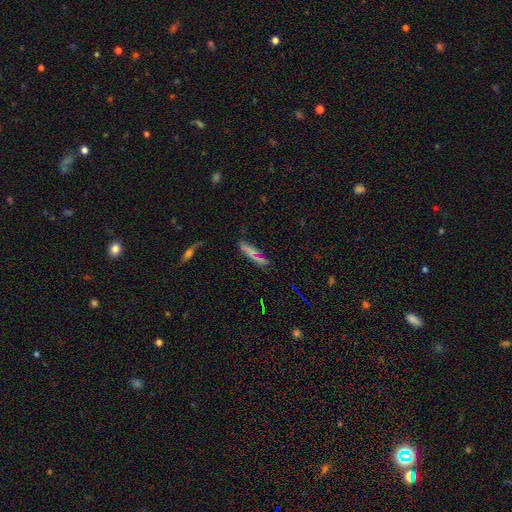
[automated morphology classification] Overall: smooth (55%; featured or disk 30%). How rounded: cigar-shaped (81%). Merging: none (66%).